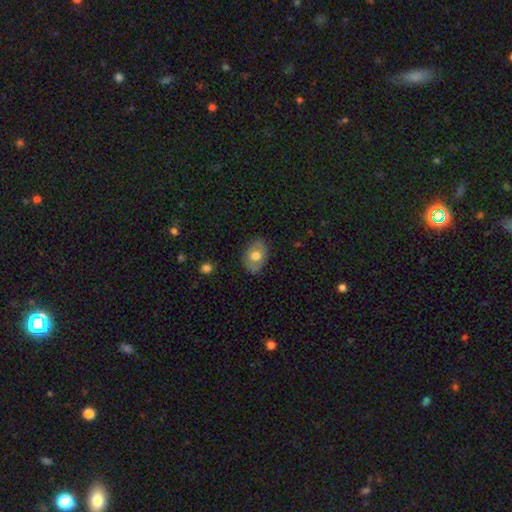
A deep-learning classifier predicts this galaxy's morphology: smooth 64%, featured or disk 29%, star or artifact 7%. Down the decision tree: how rounded — in between (76%); merging — none (80%).